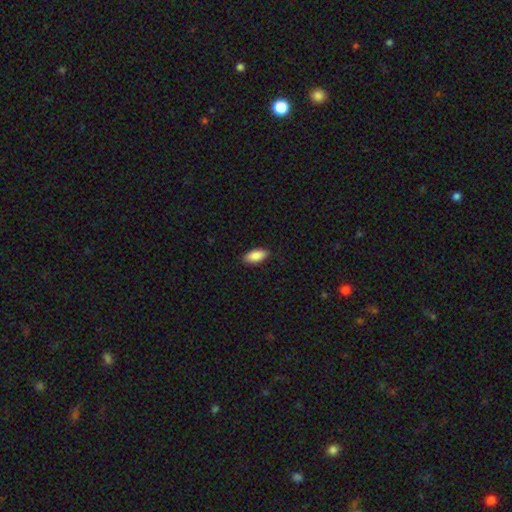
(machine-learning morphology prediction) Smooth or featured: smooth — 88% (star or artifact — 6%)
How rounded: in between — 91% (cigar-shaped — 7%)
Merging: none — 88% (minor disturbance — 9%)